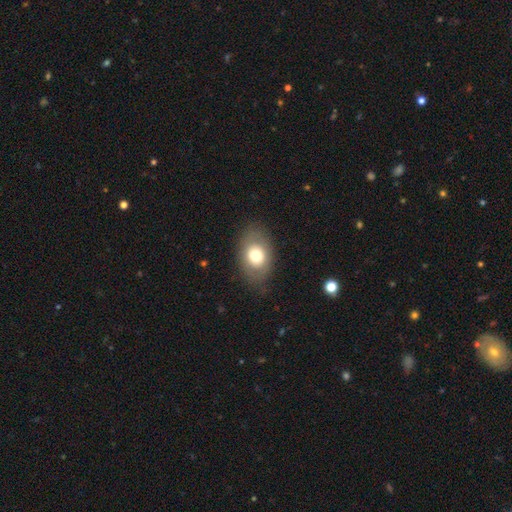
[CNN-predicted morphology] type=smooth (68%); roundness=in between (78%); merging=none (82%).